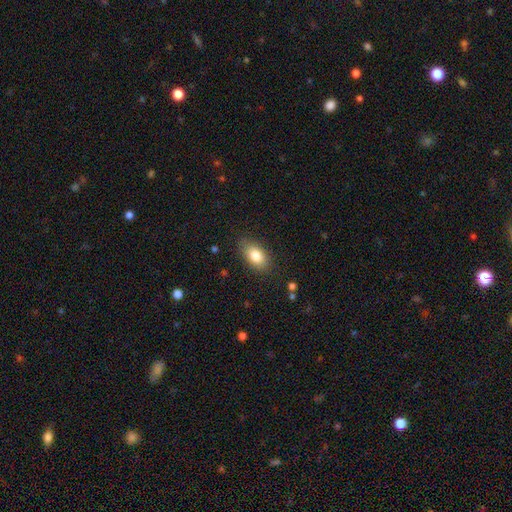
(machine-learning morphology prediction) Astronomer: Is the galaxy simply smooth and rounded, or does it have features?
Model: smooth — 82%.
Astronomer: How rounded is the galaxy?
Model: in between — 91%.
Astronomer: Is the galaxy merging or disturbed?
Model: none — 83%.